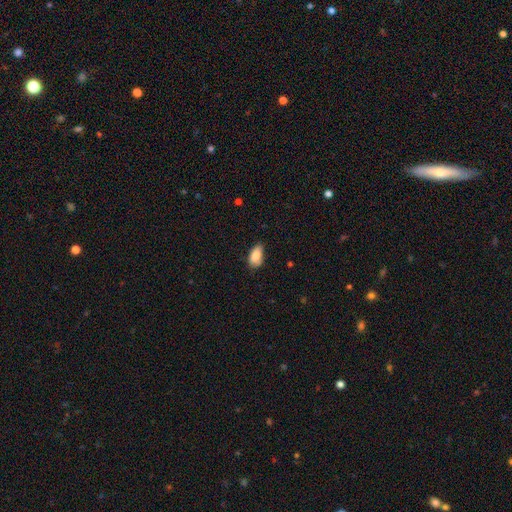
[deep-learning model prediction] The model was most divided on "merging": none: 66%, minor disturbance: 28%, major disturbance: 4%, merger: 2%. More confident: how rounded — in between (92%); smooth or featured — smooth (85%).